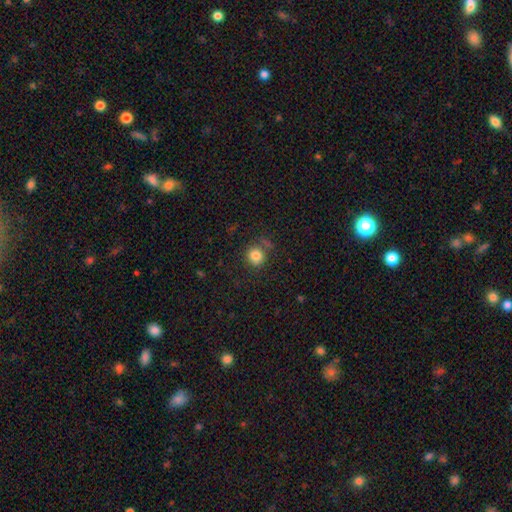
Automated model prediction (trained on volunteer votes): This is clearly a smooth galaxy (82%). How rounded: clearly round (91%). Merging: clearly none (81%).